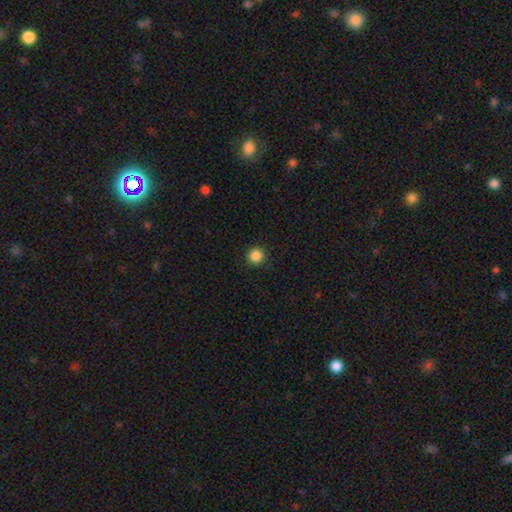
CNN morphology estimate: A smooth galaxy with no disk features (86%) that is round (96%). Merging: none (92%).